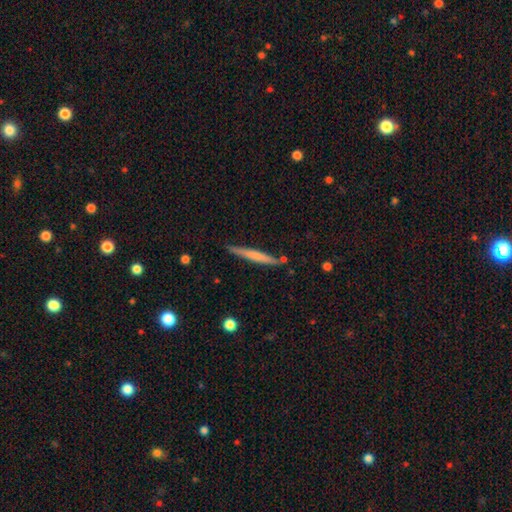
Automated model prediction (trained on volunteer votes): A smooth galaxy with no disk features (57%) that is cigar-shaped (96%). Merging: none (85%).